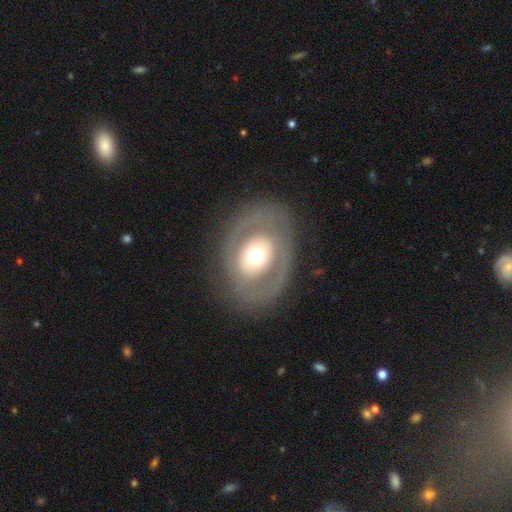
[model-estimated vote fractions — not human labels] Smooth or featured?
  - featured or disk: 56% *
  - smooth: 37%
  - star or artifact: 7%
Edge-on disk?
  - no: 93% *
  - yes: 7%
Bar?
  - no: 82% *
  - weak: 12%
  - strong: 6%
Spiral arms?
  - no: 78% *
  - yes: 22%
Bulge size?
  - moderate: 50% *
  - large: 36%
  - dominant: 8%
  - small: 4%
  - none: 1%
Merging?
  - none: 78% *
  - minor disturbance: 11%
  - major disturbance: 10%
  - merger: 1%